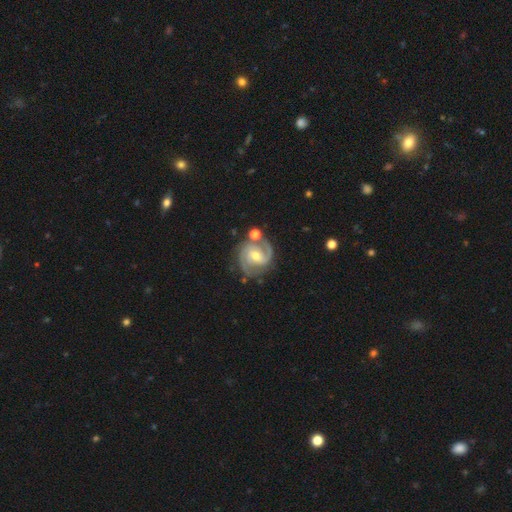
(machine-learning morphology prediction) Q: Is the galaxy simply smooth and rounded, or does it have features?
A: featured or disk — 91%.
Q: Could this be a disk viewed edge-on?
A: no — 98%.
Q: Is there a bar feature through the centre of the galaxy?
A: weak — 44%.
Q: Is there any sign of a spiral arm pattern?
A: yes — 98%.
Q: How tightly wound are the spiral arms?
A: tight — 51%.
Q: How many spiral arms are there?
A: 2 — 71%.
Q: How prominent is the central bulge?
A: moderate — 58%.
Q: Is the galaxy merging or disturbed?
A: none — 71%.